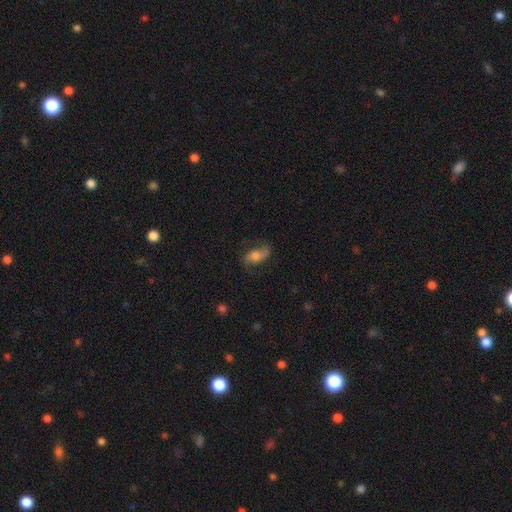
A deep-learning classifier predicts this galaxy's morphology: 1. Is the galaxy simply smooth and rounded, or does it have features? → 54% featured or disk, 37% smooth, 9% star or artifact.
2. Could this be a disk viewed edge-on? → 93% no, 7% yes.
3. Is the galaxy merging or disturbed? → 65% none, 21% minor disturbance, 13% major disturbance, 2% merger.